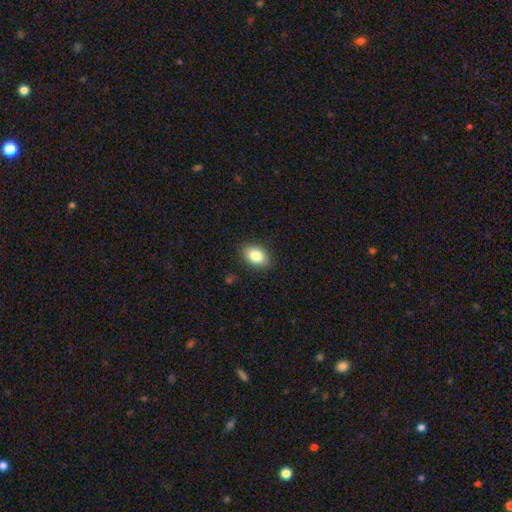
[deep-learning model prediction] smooth-or-featured: smooth: 83% | featured or disk: 9% | star or artifact: 8%
  how-rounded: in between: 83% | round: 16% | cigar-shaped: 1%
  merging: none: 87% | minor disturbance: 10% | major disturbance: 2% | merger: 1%